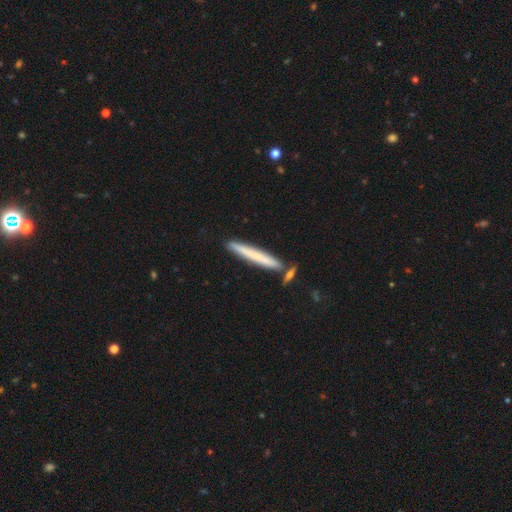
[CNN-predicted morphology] Smooth or featured? Predicted: smooth (p=0.62). How rounded? Predicted: cigar-shaped (p=0.96). Merging? Predicted: none (p=0.79).